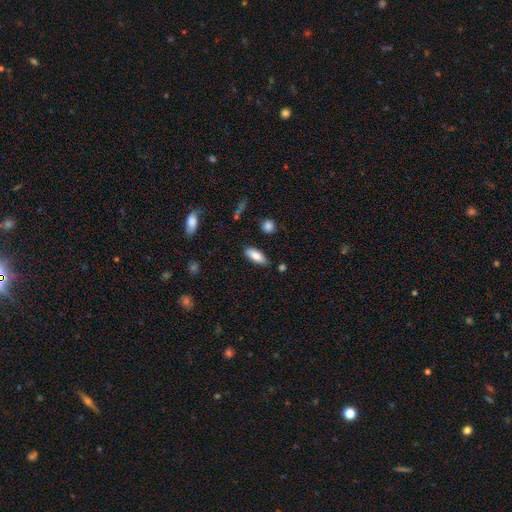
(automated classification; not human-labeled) Overall: smooth (83%). How rounded: in between (76%). Merging: none (83%).